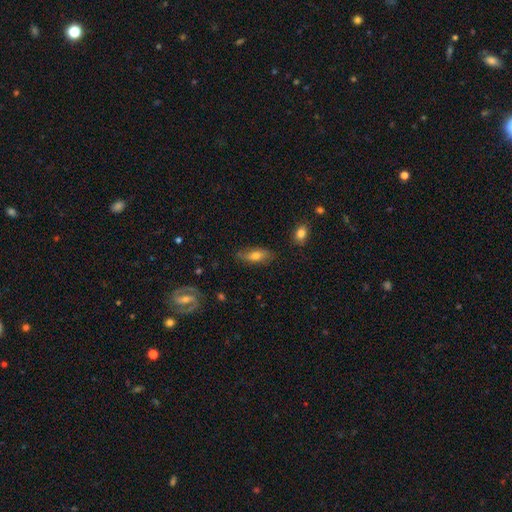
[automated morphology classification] smooth_or_featured: smooth (p=0.69) [alt: featured or disk p=0.23]
how_rounded: in between (p=0.70) [alt: cigar-shaped p=0.26]
merging: none (p=0.75) [alt: minor disturbance p=0.19]